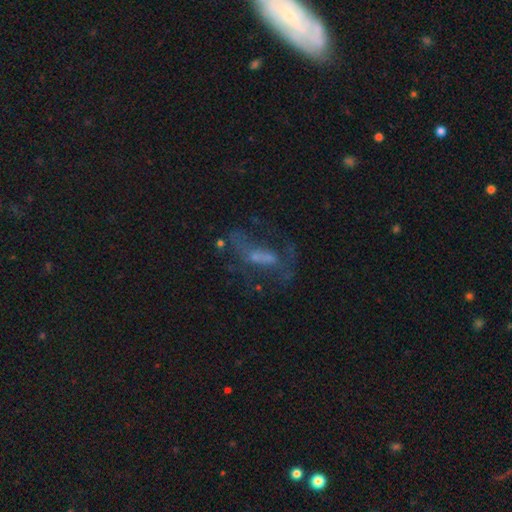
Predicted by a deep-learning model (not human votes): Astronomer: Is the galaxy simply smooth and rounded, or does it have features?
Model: featured or disk — 56%.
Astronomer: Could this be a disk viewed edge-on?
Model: no — 89%.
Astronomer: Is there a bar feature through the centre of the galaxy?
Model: no — 50% (runner-up: weak, 33%).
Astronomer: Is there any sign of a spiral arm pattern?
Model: no — 52% (runner-up: yes, 48%).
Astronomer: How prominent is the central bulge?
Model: small — 40% (runner-up: none, 32%).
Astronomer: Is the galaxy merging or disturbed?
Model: none — 43% (runner-up: major disturbance, 34%).